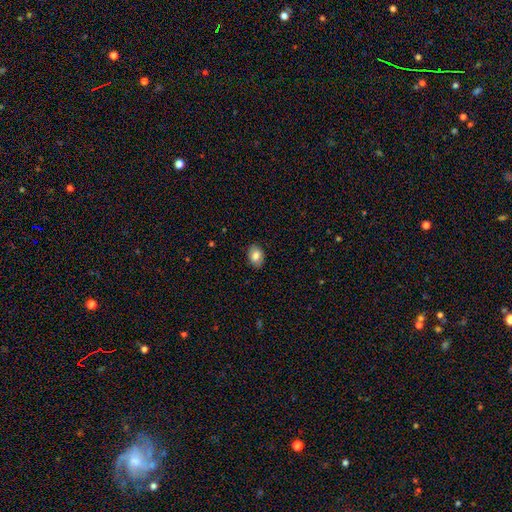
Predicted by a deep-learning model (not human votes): A smooth galaxy with no disk features (81%) that is in between round and cigar-shaped (77%).

Vote fractions:
- Smooth or featured? smooth: 81% / featured or disk: 12% / star or artifact: 8%
- How rounded? in between: 77% / round: 22% / cigar-shaped: 1%
- Merging? none: 86% / minor disturbance: 11% / major disturbance: 2% / merger: 1%